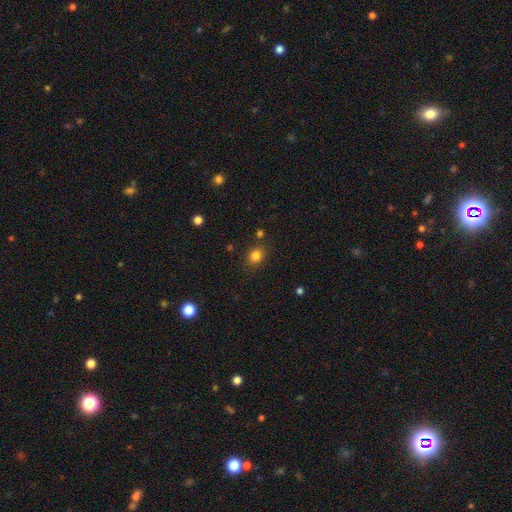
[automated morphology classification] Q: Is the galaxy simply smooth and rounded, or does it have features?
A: smooth — 82%.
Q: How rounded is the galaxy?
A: round — 65%.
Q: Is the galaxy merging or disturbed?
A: none — 82%.